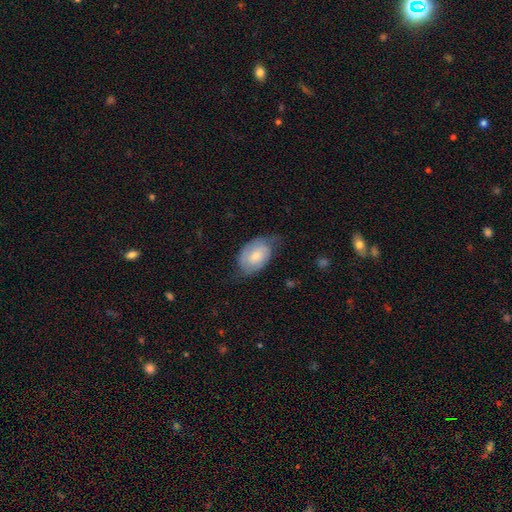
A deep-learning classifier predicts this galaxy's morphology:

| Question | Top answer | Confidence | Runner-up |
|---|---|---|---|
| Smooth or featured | smooth | 52% | featured or disk (42%) |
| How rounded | in between | 87% | round (12%) |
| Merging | none | 54% | minor disturbance (32%) |